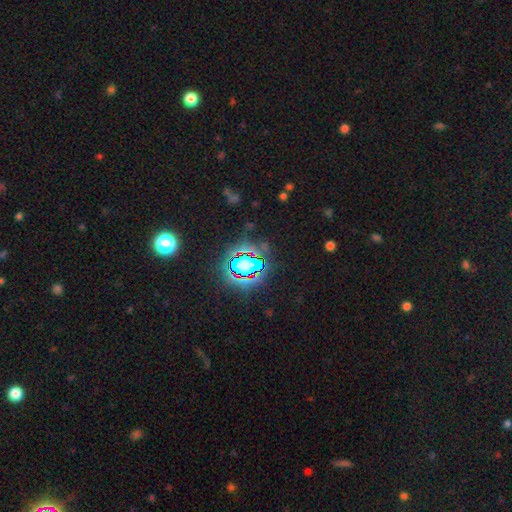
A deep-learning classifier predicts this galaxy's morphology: Q: Smooth or featured?
A: star or artifact (80%); runner-up: smooth (12%)